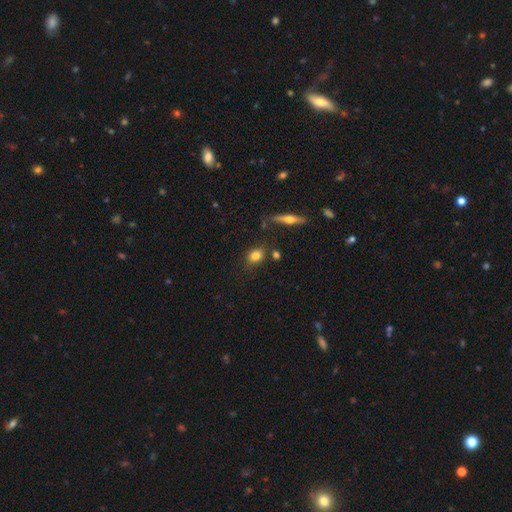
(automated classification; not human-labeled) Smooth or featured? smooth (78%)
How rounded? in between (65%)
Merging? none (75%)